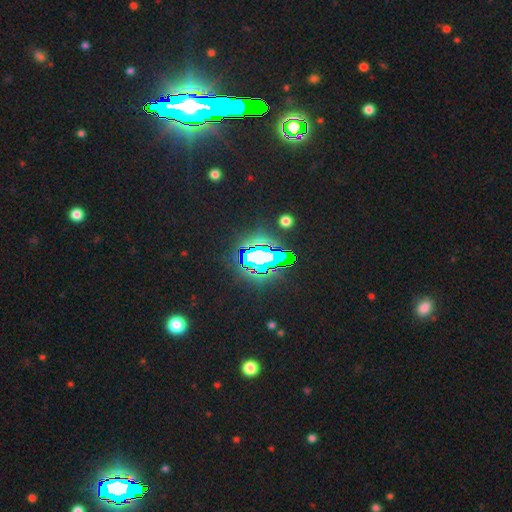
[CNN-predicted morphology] smooth-or-featured: star or artifact: 75% | smooth: 14% | featured or disk: 11%